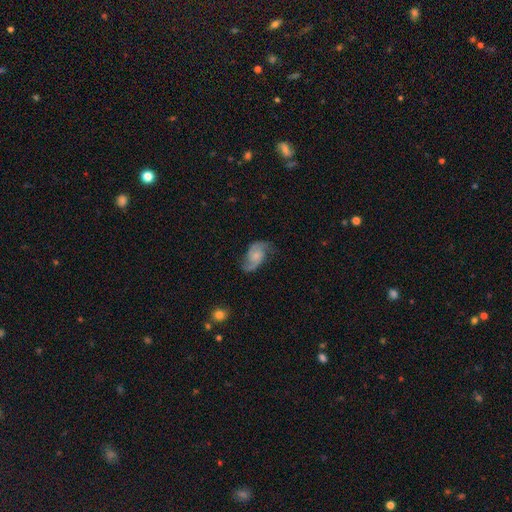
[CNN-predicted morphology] Smooth or featured? featured or disk (78%)
Edge-on disk? no (97%)
Bar? no (62%)
Spiral arms? yes (95%)
Spiral winding? loose (44%)
Spiral arm count? 2 (91%)
Bulge size? small (42%)
Merging? none (69%)